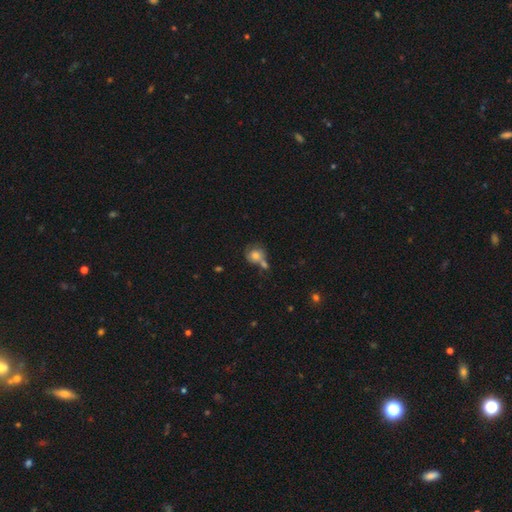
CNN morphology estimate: Smooth or featured? Predicted: smooth (p=0.65). How rounded? Predicted: round (p=0.78). Merging? Predicted: none (p=0.38).